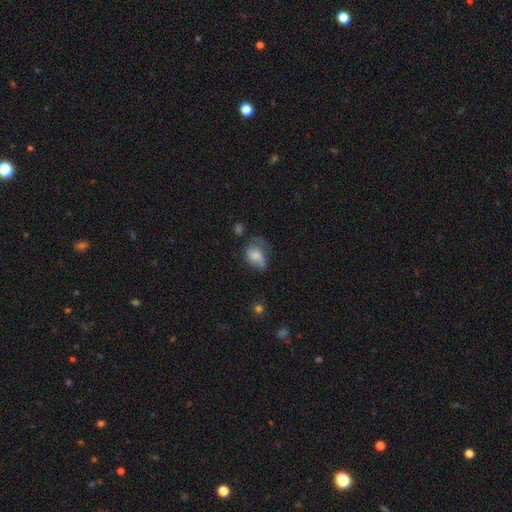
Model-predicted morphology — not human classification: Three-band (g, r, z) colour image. It shows a smooth galaxy with no disk features (67%) that is in between round and cigar-shaped (77%). Merging: minor disturbance (35%).